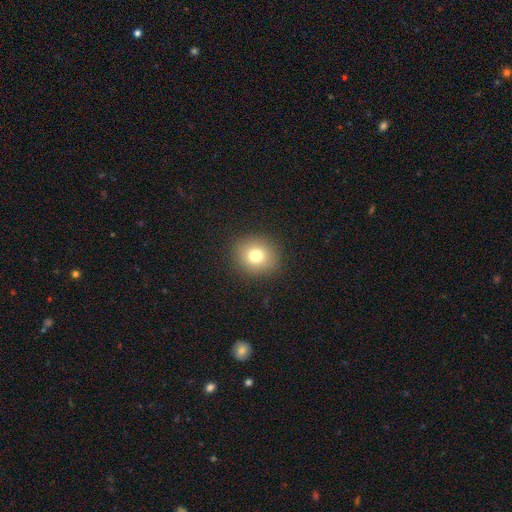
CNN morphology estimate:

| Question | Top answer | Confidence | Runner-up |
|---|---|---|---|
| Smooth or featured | smooth | 77% | star or artifact (13%) |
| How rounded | round | 78% | in between (21%) |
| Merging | none | 90% | minor disturbance (7%) |